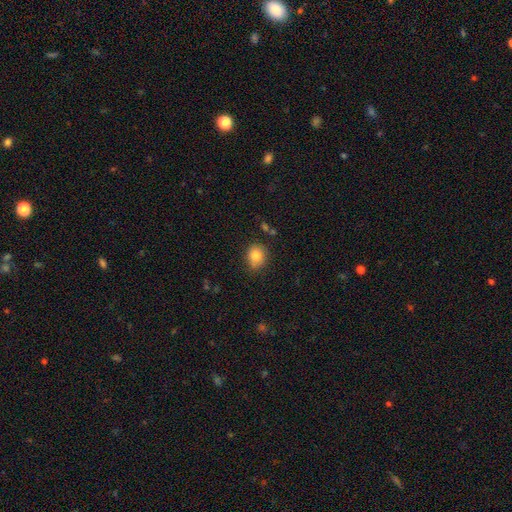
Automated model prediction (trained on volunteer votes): The model was most divided on "how rounded": round: 67%, in between: 32%, cigar-shaped: 1%. More confident: smooth or featured — smooth (83%); merging — none (75%).